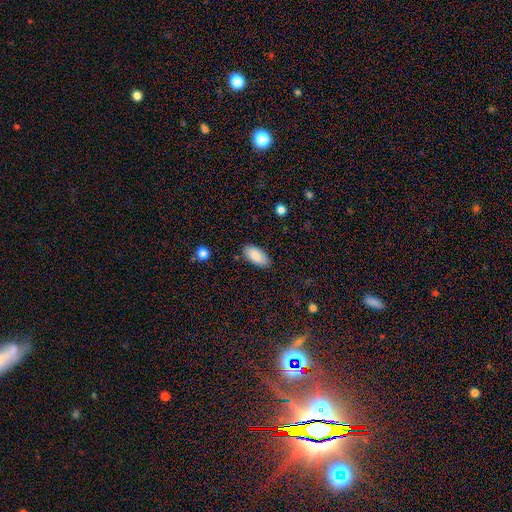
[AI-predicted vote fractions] Overall: smooth (87%). How rounded: in between (93%). Merging: none (85%).